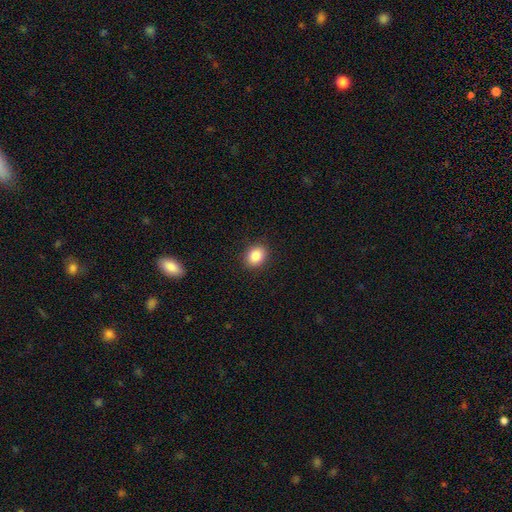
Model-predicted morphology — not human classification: Smooth or featured? Predicted: smooth (p=0.86). How rounded? Predicted: in between (p=0.50). Merging? Predicted: none (p=0.90).